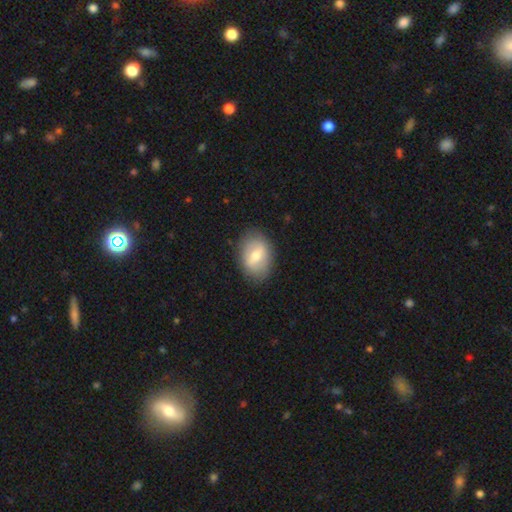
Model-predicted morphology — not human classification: smooth 56%, featured or disk 37%, star or artifact 7%. Down the decision tree: how rounded — in between (79%); merging — none (82%).